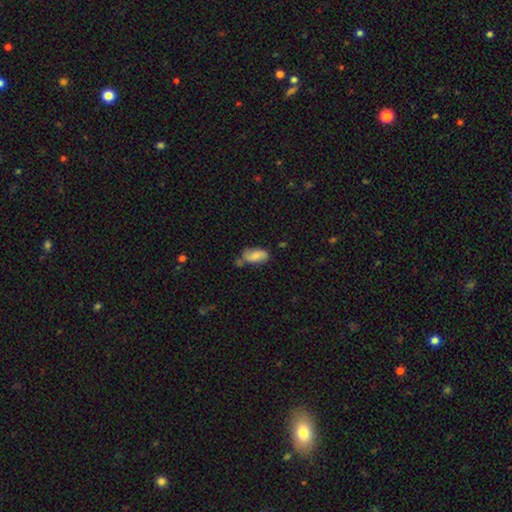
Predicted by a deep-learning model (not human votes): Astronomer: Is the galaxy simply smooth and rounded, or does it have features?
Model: smooth — 73%.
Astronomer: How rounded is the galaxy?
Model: in between — 89%.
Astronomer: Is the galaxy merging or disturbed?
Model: none — 50% (runner-up: minor disturbance, 28%).